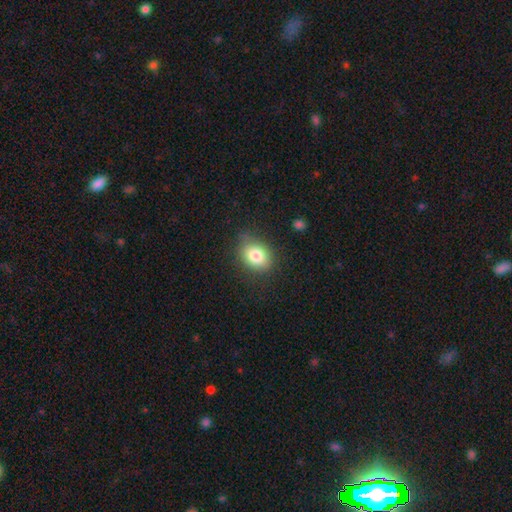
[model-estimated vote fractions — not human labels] This appears to be a smooth galaxy with no disk features (82%) that is in between round and cigar-shaped (63%). Merging: none (74%).